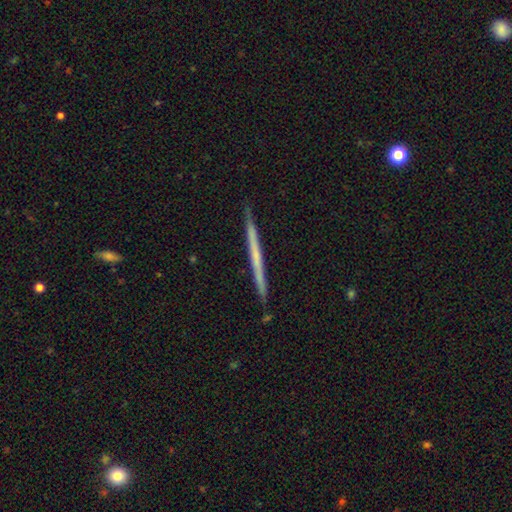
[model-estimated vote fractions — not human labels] Smooth or featured: featured or disk — 55% (smooth — 39%)
Edge-on disk: yes — 98% (no — 2%)
Edge-on bulge: none — 91% (rounded — 6%)
Merging: none — 91% (minor disturbance — 7%)